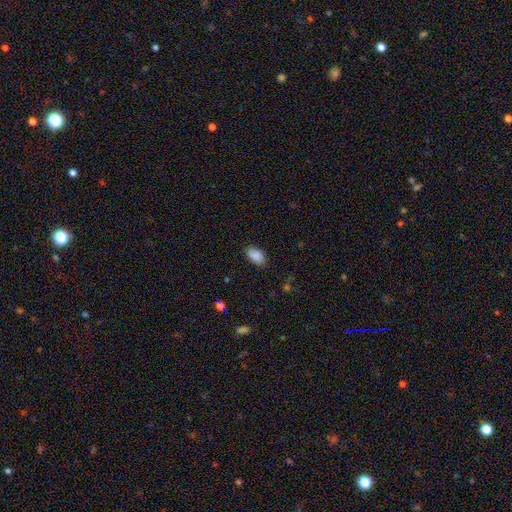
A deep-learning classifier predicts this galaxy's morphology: Smooth or featured: smooth — 87% (star or artifact — 8%)
How rounded: in between — 92% (round — 6%)
Merging: none — 80% (minor disturbance — 15%)